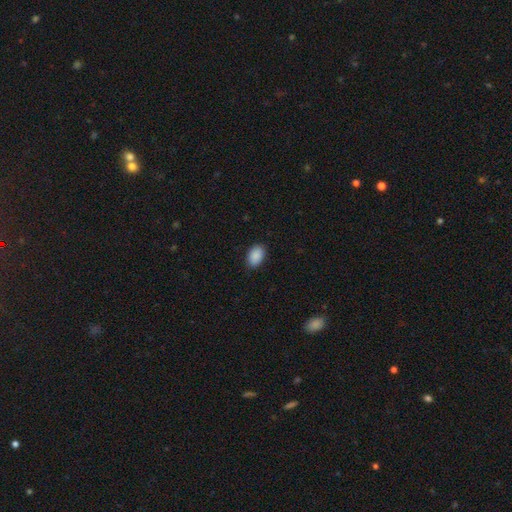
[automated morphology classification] The model was most divided on "merging": none: 88%, minor disturbance: 9%, major disturbance: 2%, merger: 1%. More confident: smooth or featured — smooth (90%); how rounded — in between (89%).